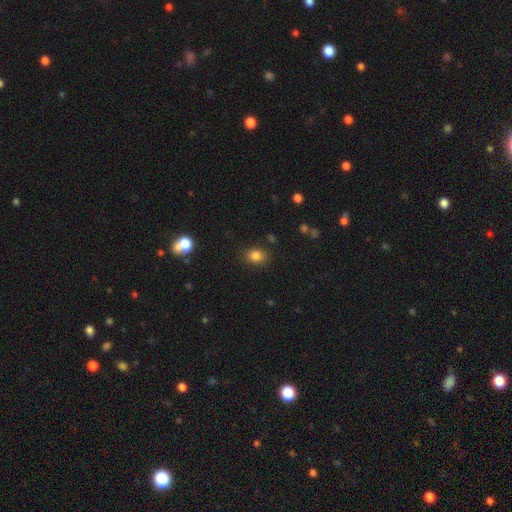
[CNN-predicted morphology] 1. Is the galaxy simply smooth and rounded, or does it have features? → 83% smooth, 12% star or artifact, 6% featured or disk.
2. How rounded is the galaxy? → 56% in between, 43% round, 1% cigar-shaped.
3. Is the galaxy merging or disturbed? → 85% none, 10% minor disturbance, 3% major disturbance, 2% merger.